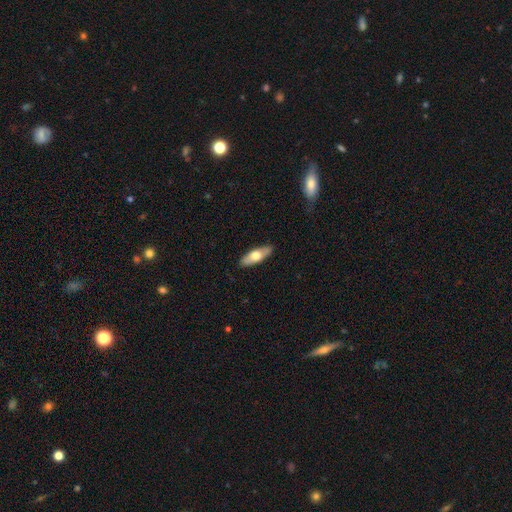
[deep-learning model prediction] smooth 60%, featured or disk 35%, star or artifact 5%. Down the decision tree: how rounded — in between (65%); merging — none (87%).